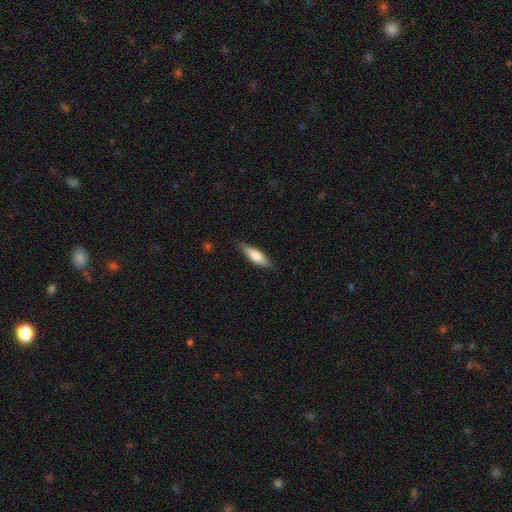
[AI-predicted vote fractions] The model was most divided on "how rounded": cigar-shaped: 59%, in between: 39%, round: 2%. More confident: merging — none (85%); smooth or featured — smooth (71%).